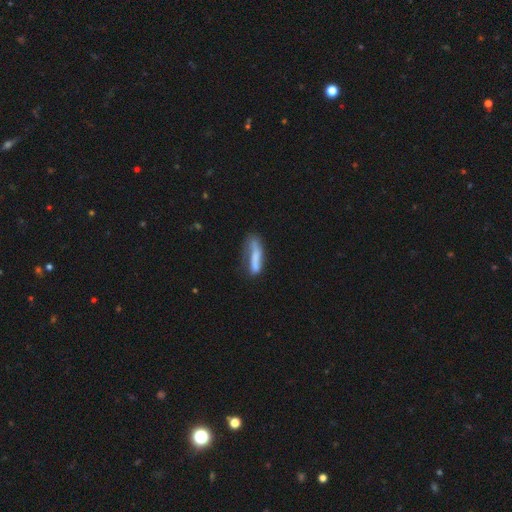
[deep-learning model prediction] Morphology: type=smooth (65%); roundness=cigar-shaped (70%); merging=none (39%).